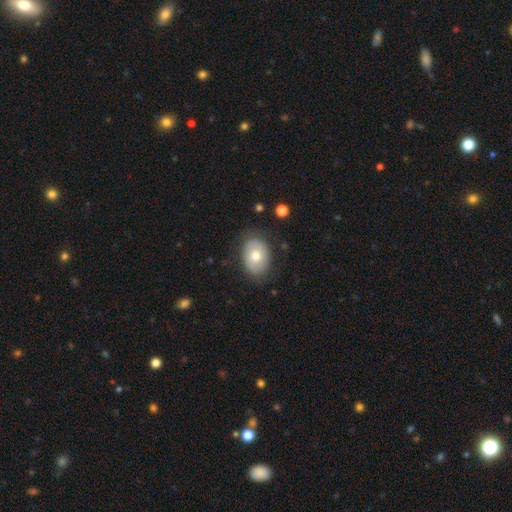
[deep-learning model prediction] smooth 69%, featured or disk 23%, star or artifact 8%. Down the decision tree: how rounded — in between (70%); merging — none (79%).